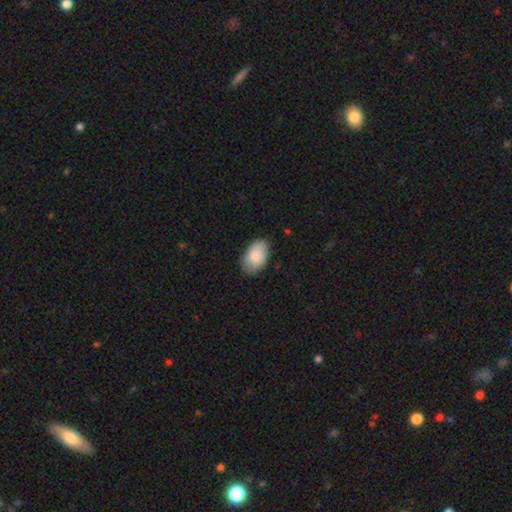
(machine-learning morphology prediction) Smooth or featured? smooth (84%)
How rounded? in between (92%)
Merging? none (77%)